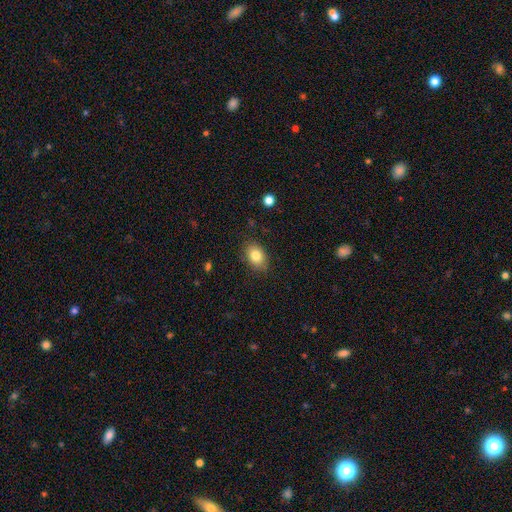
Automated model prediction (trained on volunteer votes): smooth 82%, star or artifact 9%, featured or disk 9%. Down the decision tree: how rounded — in between (74%); merging — none (84%).